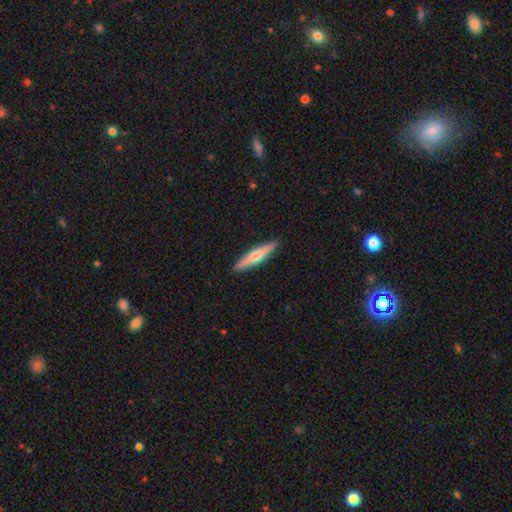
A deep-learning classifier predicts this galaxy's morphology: featured or disk 55%, smooth 40%, star or artifact 5%. Down the decision tree: edge-on disk — yes (96%); edge-on bulge — rounded (88%); merging — none (91%).